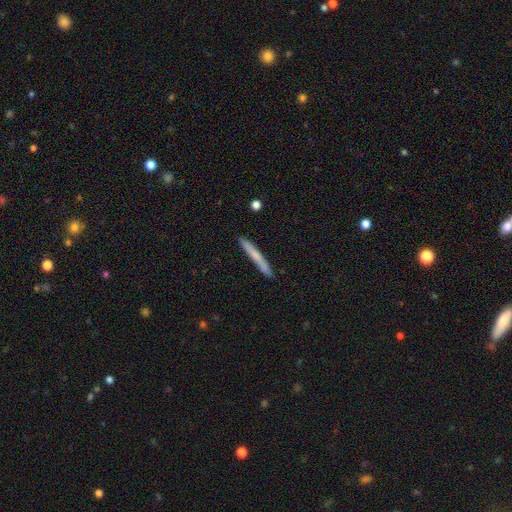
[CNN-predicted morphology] Overall: smooth (62%; featured or disk 33%). How rounded: cigar-shaped (97%). Merging: none (88%).